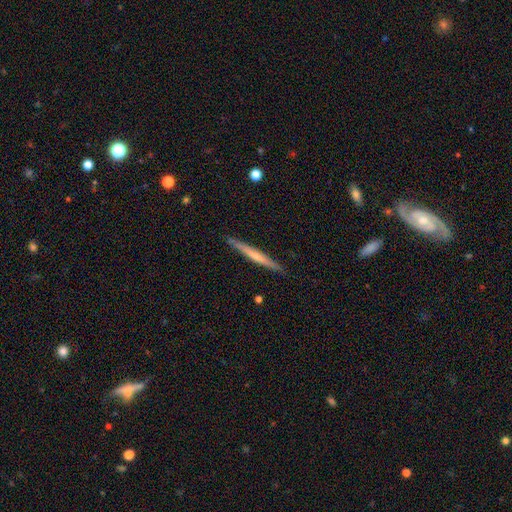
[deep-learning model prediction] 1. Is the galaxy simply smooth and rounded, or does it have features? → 53% featured or disk, 41% smooth, 6% star or artifact.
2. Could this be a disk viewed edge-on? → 97% yes, 3% no.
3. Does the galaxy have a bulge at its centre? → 52% none, 42% rounded, 5% boxy.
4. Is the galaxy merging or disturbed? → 90% none, 7% minor disturbance, 1% major disturbance, 1% merger.